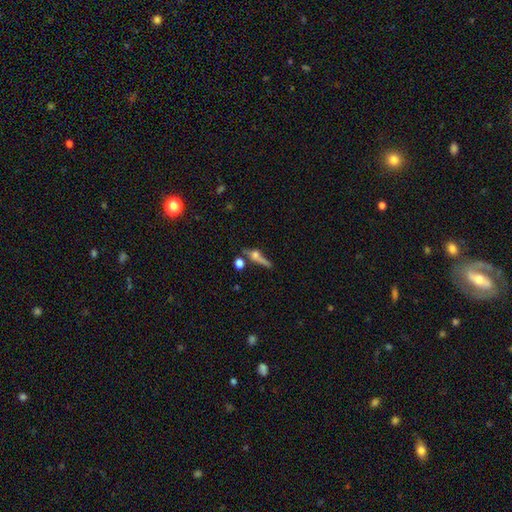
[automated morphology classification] Overall: smooth (46%; featured or disk 40%). Merging: none (46%; merger 22%).